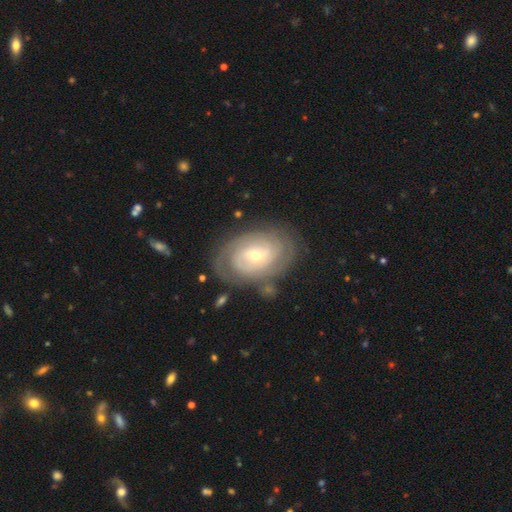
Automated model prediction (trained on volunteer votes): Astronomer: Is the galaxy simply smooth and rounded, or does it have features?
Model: featured or disk — 80%.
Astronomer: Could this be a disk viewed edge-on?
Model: no — 96%.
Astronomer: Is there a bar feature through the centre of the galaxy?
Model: no — 51% (runner-up: weak, 38%).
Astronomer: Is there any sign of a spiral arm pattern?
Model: yes — 89%.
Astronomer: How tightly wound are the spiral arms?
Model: tight — 74%.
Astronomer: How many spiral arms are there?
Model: can't tell — 43% (runner-up: 2, 26%).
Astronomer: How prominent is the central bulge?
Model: small — 58% (runner-up: moderate, 39%).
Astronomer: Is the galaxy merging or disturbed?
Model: none — 75%.